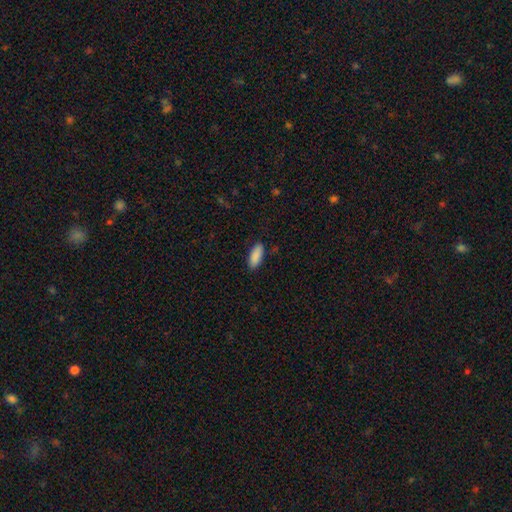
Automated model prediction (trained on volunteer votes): A smooth galaxy with no disk features (91%) that is in between round and cigar-shaped (81%). Merging: none (88%).